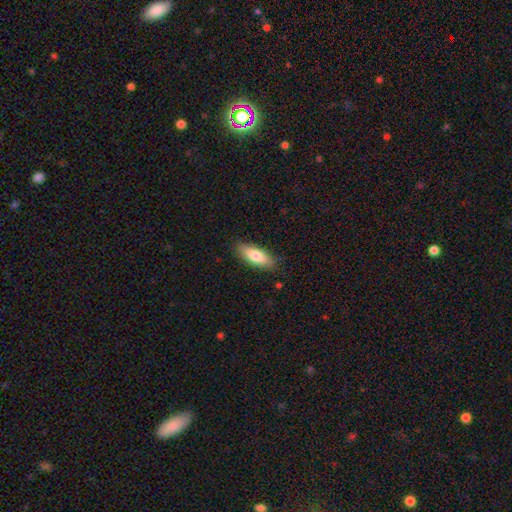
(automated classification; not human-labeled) Smooth or featured? Predicted: smooth (p=0.77). How rounded? Predicted: in between (p=0.68). Merging? Predicted: none (p=0.86).